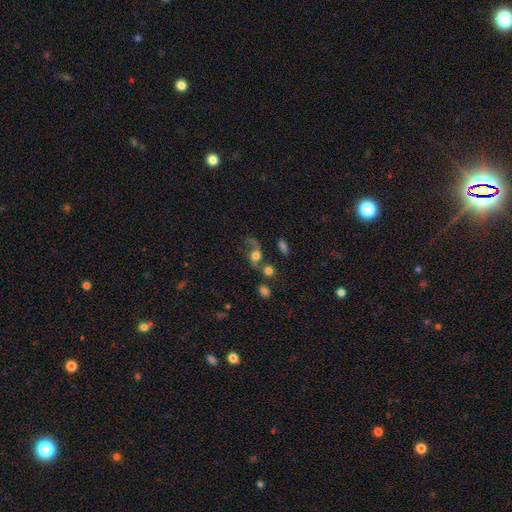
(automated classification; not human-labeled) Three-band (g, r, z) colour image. It shows a featured or disk galaxy (65%) with no bar (71%), 2 (81%) loose (76%) spiral arms (87%) and a moderate central bulge (46%). Merging: none (47%).